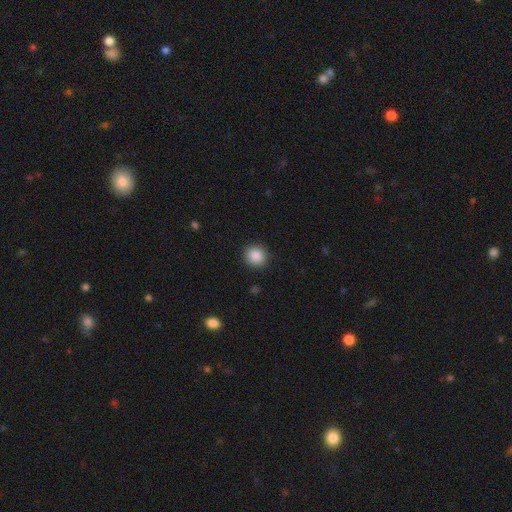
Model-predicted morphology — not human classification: A smooth galaxy with no disk features (87%) that is round (87%). Merging: none (91%).